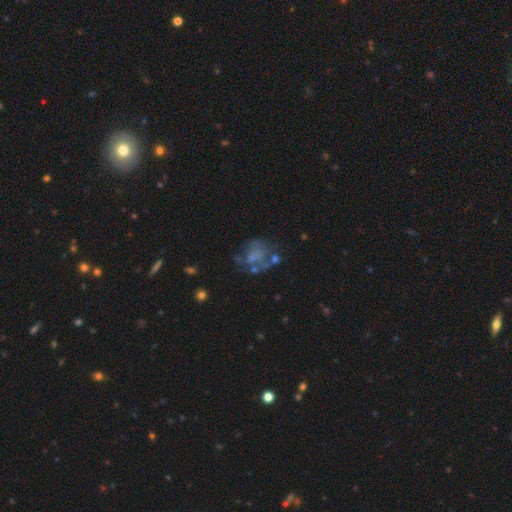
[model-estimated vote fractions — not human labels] A featured or disk galaxy (52%) with no bar (83%), no spiral arms (80%) and no central bulge (63%).

Vote fractions:
- Smooth or featured? featured or disk: 52% / smooth: 33% / star or artifact: 16%
- Edge-on disk? no: 98% / yes: 2%
- Bar? no: 83% / weak: 14% / strong: 4%
- Spiral arms? no: 80% / yes: 20%
- Bulge size? none: 63% / small: 18% / moderate: 15% / large: 3% / dominant: 1%
- Merging? none: 41% / major disturbance: 27% / minor disturbance: 20% / merger: 11%